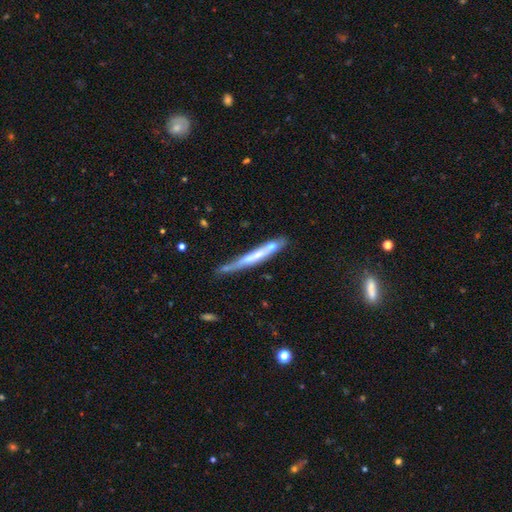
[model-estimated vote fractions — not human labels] Smooth or featured?
  - featured or disk: 53% *
  - smooth: 40%
  - star or artifact: 7%
Edge-on disk?
  - yes: 85% *
  - no: 15%
Merging?
  - none: 52% *
  - minor disturbance: 25%
  - merger: 14%
  - major disturbance: 9%